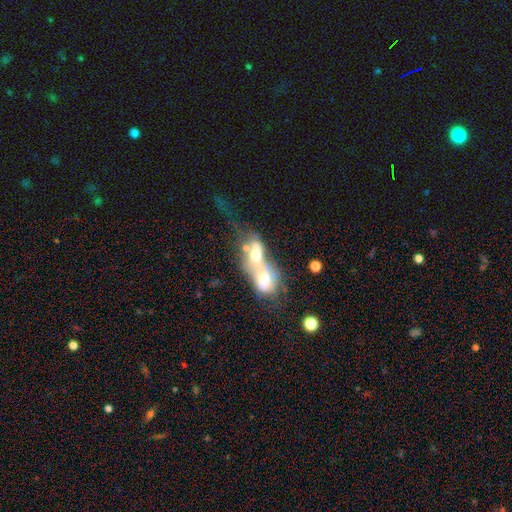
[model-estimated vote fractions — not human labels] Smooth or featured: smooth — 53% (featured or disk — 36%)
How rounded: in between — 67% (round — 26%)
Merging: merger — 82% (major disturbance — 9%)